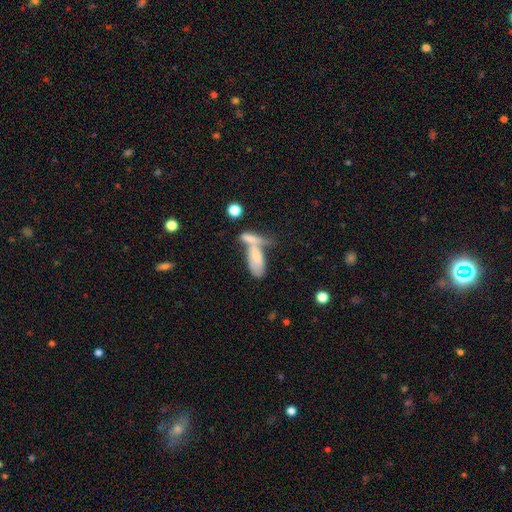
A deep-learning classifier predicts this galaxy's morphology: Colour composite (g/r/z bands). It shows a smooth galaxy with no disk features (68%) that is in between round and cigar-shaped (72%). Merging: merger (58%).